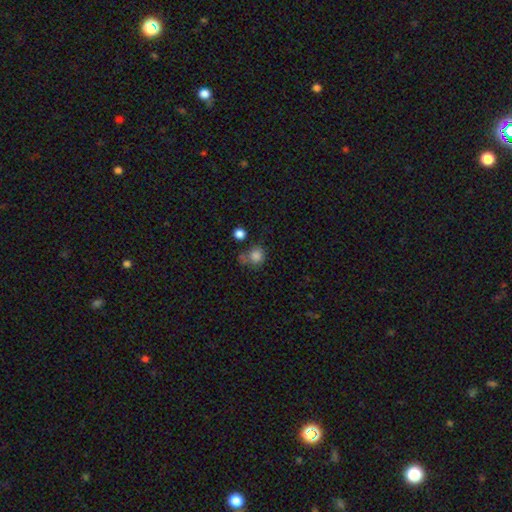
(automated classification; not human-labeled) A smooth galaxy with no disk features (81%) that is round (82%). Merging: none (52%).